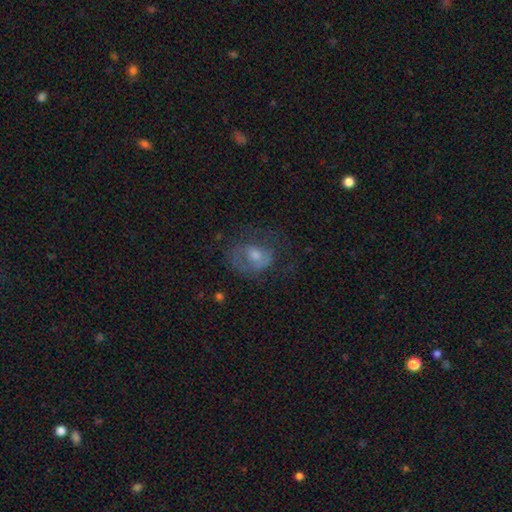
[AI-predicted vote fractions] Morphology: type=featured or disk (49%); merging=none (48%).